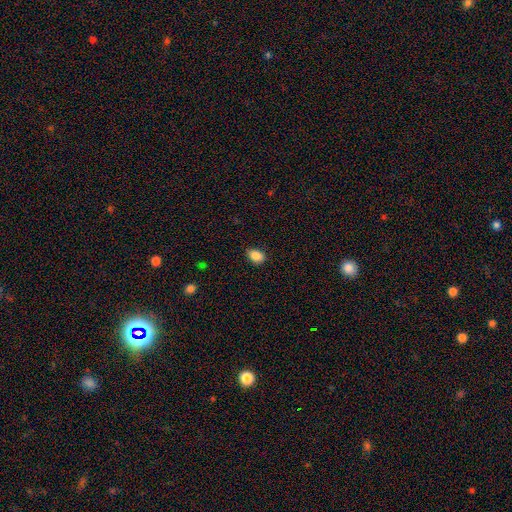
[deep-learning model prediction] Smooth or featured?
  - smooth: 87% *
  - star or artifact: 8%
  - featured or disk: 4%
How rounded?
  - in between: 81% *
  - round: 18%
  - cigar-shaped: 1%
Merging?
  - none: 86% *
  - minor disturbance: 11%
  - major disturbance: 2%
  - merger: 1%